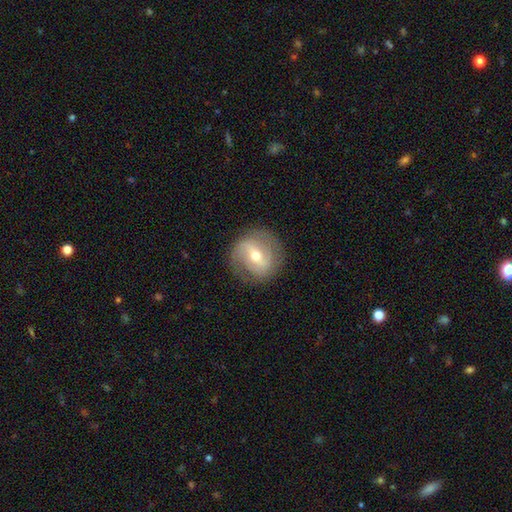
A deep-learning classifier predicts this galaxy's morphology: A featured or disk galaxy (68%) with a weak bar (42%), spiral arms (74%) and a moderate central bulge (57%).

Vote fractions:
- Smooth or featured? featured or disk: 68% / smooth: 24% / star or artifact: 7%
- Edge-on disk? no: 95% / yes: 5%
- Bar? weak: 42% / strong: 40% / no: 18%
- Spiral arms? yes: 74% / no: 26%
- Bulge size? moderate: 57% / small: 39% / large: 3% / none: 1% / dominant: 1%
- Merging? none: 81% / minor disturbance: 12% / major disturbance: 6% / merger: 1%